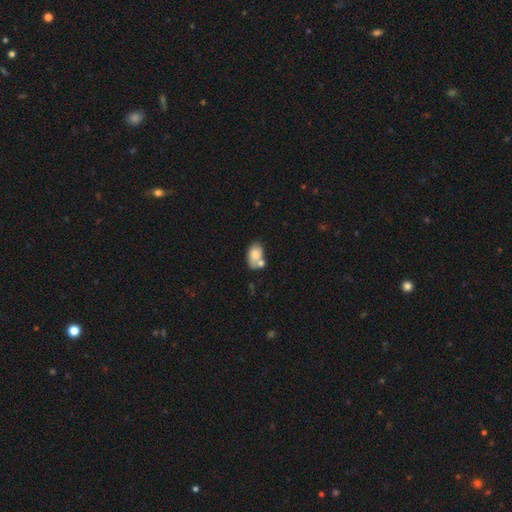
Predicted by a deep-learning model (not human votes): Morphology: type=smooth (71%); roundness=in between (85%); merging=merger (40%).